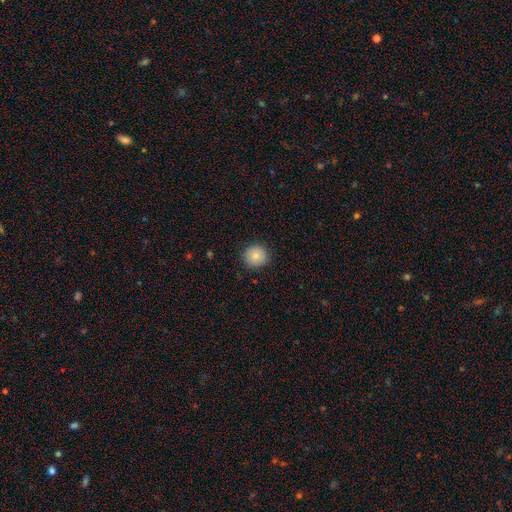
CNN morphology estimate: smooth_or_featured: smooth (p=0.82) [alt: star or artifact p=0.09]
how_rounded: round (p=0.94) [alt: in between p=0.05]
merging: none (p=0.90) [alt: minor disturbance p=0.07]